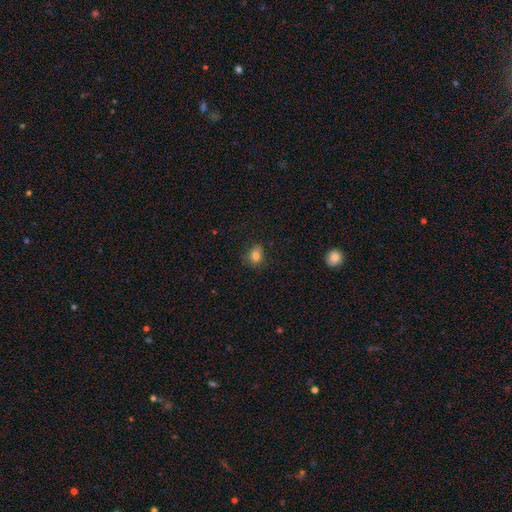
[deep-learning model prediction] This appears to be a smooth galaxy with no disk features (81%) that is round (57%). Merging: none (76%).